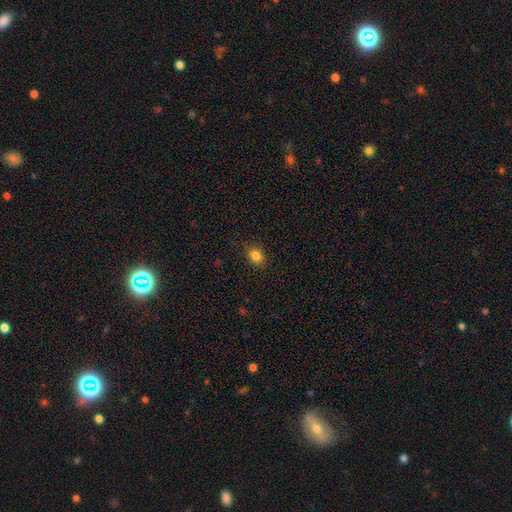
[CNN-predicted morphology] This appears to be a smooth galaxy with no disk features (83%) that is round (57%). Merging: none (87%).